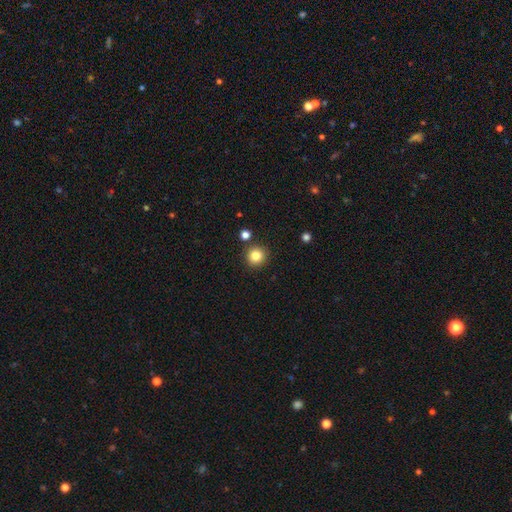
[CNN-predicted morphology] Q: Smooth or featured?
A: smooth (83%); runner-up: star or artifact (11%)
Q: How rounded?
A: round (94%); runner-up: in between (5%)
Q: Merging?
A: none (86%); runner-up: minor disturbance (7%)